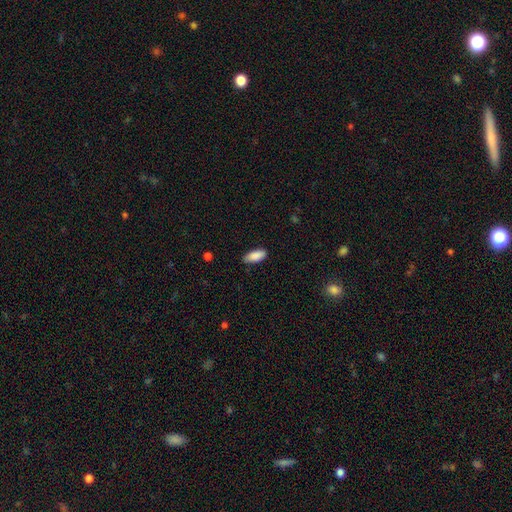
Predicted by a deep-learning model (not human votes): Smooth or featured: smooth — 89% (star or artifact — 6%)
How rounded: in between — 84% (cigar-shaped — 14%)
Merging: none — 82% (minor disturbance — 14%)